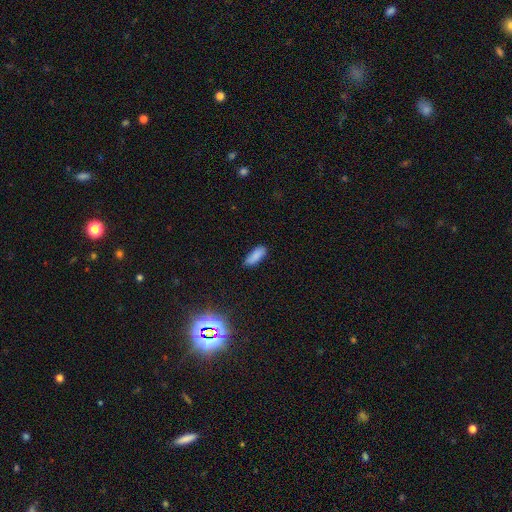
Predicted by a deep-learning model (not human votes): A smooth galaxy with no disk features (84%) that is in between round and cigar-shaped (69%). Merging: none (77%).